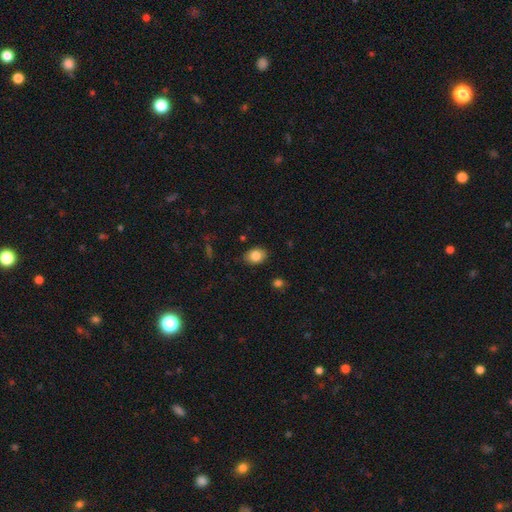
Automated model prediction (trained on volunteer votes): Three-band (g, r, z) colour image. It shows a smooth galaxy with no disk features (84%) that is in between round and cigar-shaped (71%). Merging: none (85%).